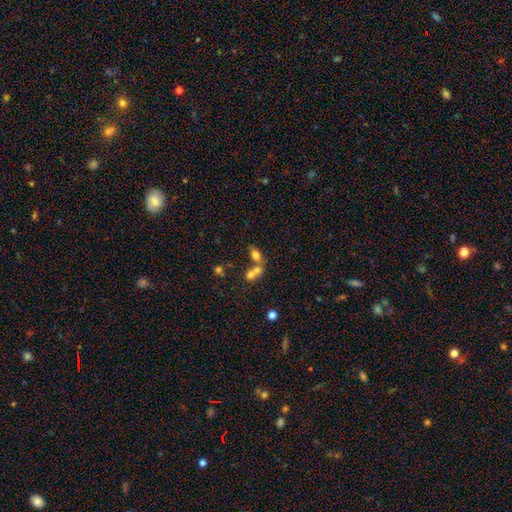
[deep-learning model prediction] Smooth or featured? smooth (66%)
How rounded? in between (73%)
Merging? merger (58%)